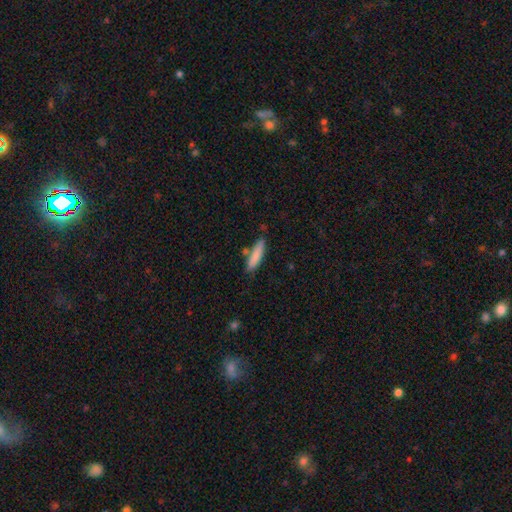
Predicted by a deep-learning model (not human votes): The model was most divided on "how rounded": cigar-shaped: 78%, in between: 21%, round: 1%. More confident: smooth or featured — smooth (83%); merging — none (76%).